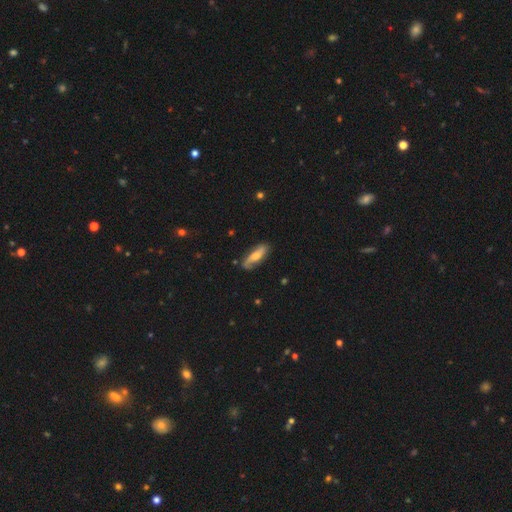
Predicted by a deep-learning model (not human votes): Morphology: type=featured or disk (56%); edge-on=no (76%); merging=none (78%).